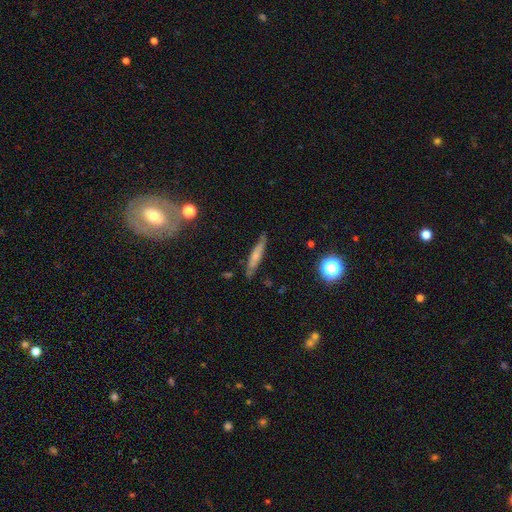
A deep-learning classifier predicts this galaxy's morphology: type=smooth (56%); roundness=cigar-shaped (89%); merging=none (80%).